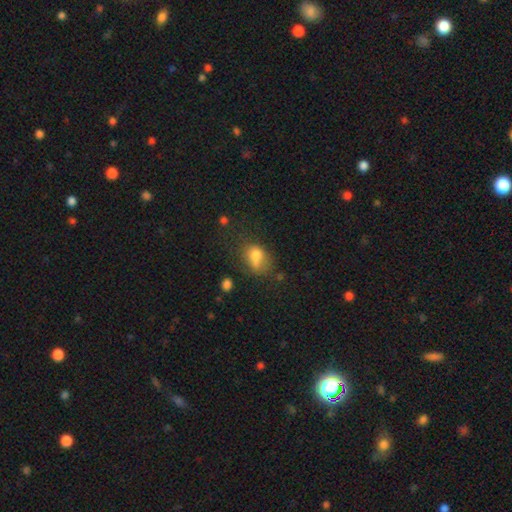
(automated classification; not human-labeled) Overall: smooth (73%). How rounded: in between (65%; round 33%). Merging: none (38%; minor disturbance 28%).